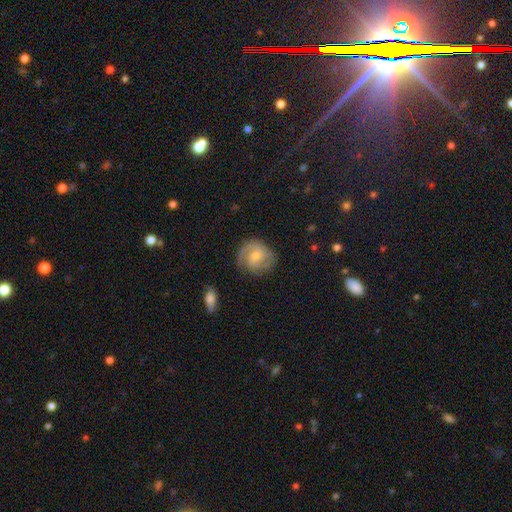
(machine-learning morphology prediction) Smooth or featured? featured or disk (78%)
Edge-on disk? no (98%)
Bar? no (53%)
Spiral arms? yes (95%)
Spiral winding? tight (50%)
Spiral arm count? 2 (65%)
Bulge size? small (57%)
Merging? none (77%)